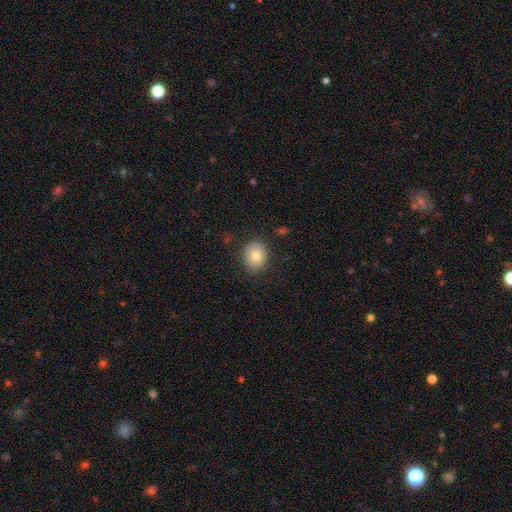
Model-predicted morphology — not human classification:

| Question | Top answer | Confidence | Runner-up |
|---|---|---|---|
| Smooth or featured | smooth | 78% | featured or disk (13%) |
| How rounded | round | 60% | in between (39%) |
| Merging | none | 83% | minor disturbance (12%) |